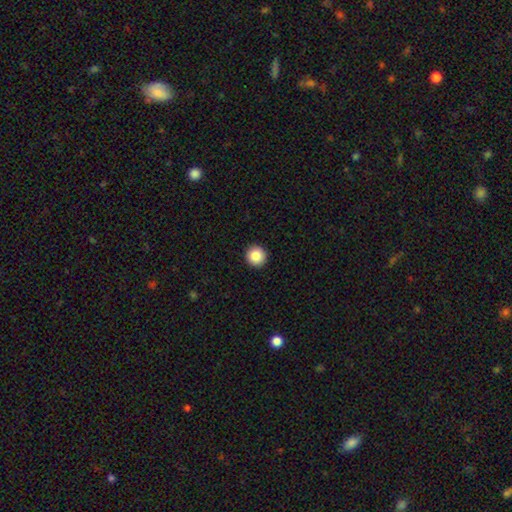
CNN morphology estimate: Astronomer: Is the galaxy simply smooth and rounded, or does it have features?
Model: smooth — 86%.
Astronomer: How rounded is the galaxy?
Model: round — 95%.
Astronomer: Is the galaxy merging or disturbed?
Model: none — 94%.